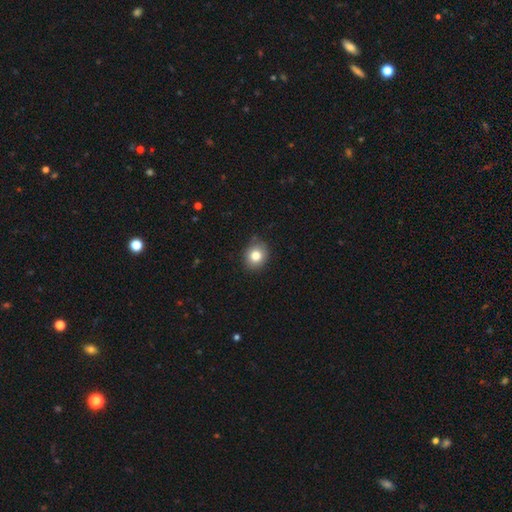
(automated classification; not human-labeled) Smooth or featured?
  - smooth: 82% *
  - star or artifact: 10%
  - featured or disk: 8%
How rounded?
  - round: 71% *
  - in between: 28%
  - cigar-shaped: 1%
Merging?
  - none: 86% *
  - minor disturbance: 10%
  - major disturbance: 2%
  - merger: 1%